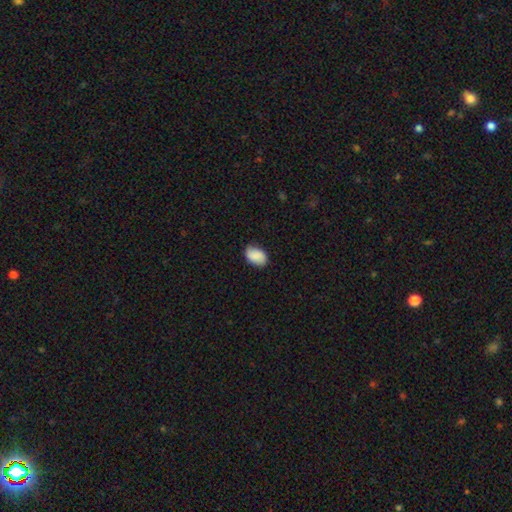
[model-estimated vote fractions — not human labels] This is clearly a smooth galaxy (81%). How rounded: clearly in between (86%). Merging: likely none (80%).